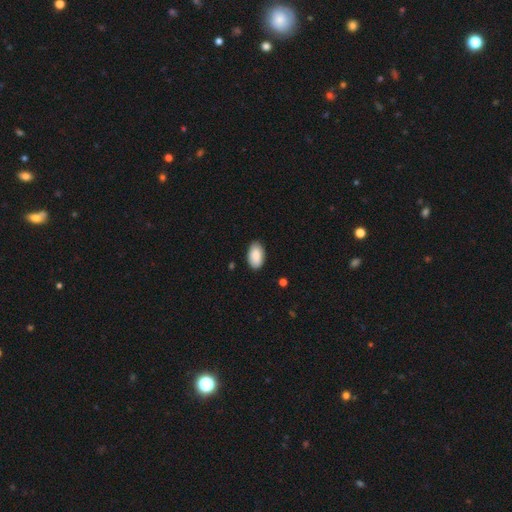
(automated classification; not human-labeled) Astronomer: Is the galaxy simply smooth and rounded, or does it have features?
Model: smooth — 89%.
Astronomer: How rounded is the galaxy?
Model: in between — 95%.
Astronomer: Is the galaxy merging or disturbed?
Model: none — 83%.